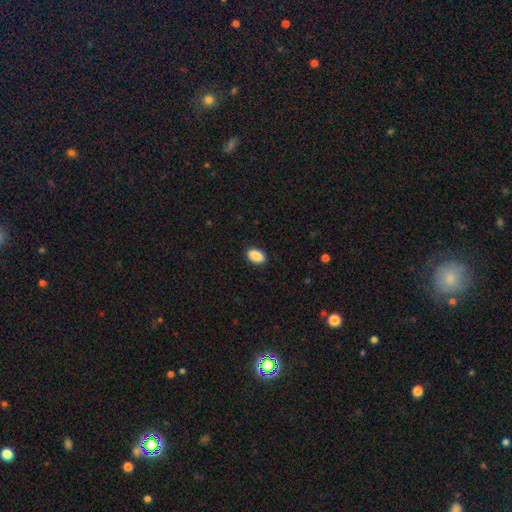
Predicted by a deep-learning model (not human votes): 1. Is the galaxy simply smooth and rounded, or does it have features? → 90% smooth, 7% star or artifact, 3% featured or disk.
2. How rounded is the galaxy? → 92% in between, 6% round, 2% cigar-shaped.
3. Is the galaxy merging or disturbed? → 89% none, 8% minor disturbance, 2% major disturbance, 1% merger.